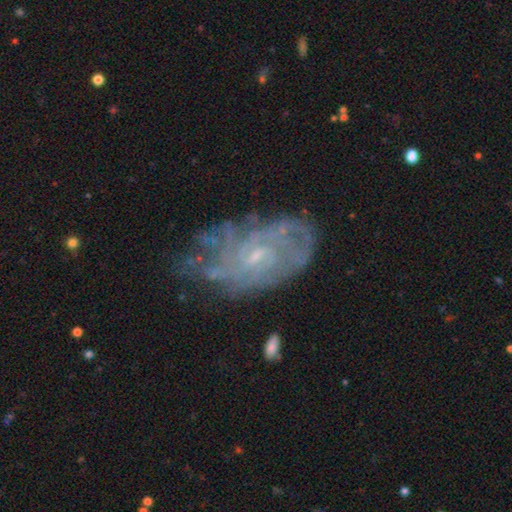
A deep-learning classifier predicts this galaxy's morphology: Smooth or featured?
  - featured or disk: 78% *
  - smooth: 13%
  - star or artifact: 9%
Edge-on disk?
  - no: 95% *
  - yes: 5%
Bar?
  - no: 65% *
  - weak: 30%
  - strong: 5%
Spiral arms?
  - yes: 83% *
  - no: 17%
Spiral winding?
  - tight: 61% *
  - medium: 29%
  - loose: 10%
Spiral arm count?
  - can't tell: 56% *
  - 4: 12%
  - 2: 11%
  - 3: 9%
  - more than 4: 7%
  - 1: 5%
Bulge size?
  - small: 77% *
  - moderate: 16%
  - none: 5%
  - large: 1%
  - dominant: 1%
Merging?
  - none: 59% *
  - minor disturbance: 26%
  - major disturbance: 13%
  - merger: 3%